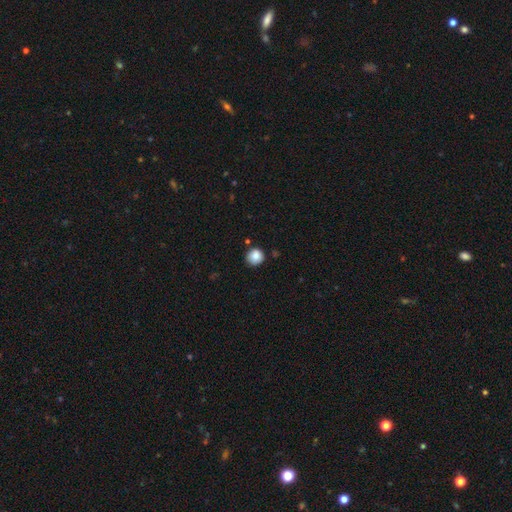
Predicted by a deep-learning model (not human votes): smooth_or_featured: smooth (p=0.85) [alt: star or artifact p=0.09]
how_rounded: round (p=0.92) [alt: in between p=0.07]
merging: none (p=0.83) [alt: minor disturbance p=0.12]